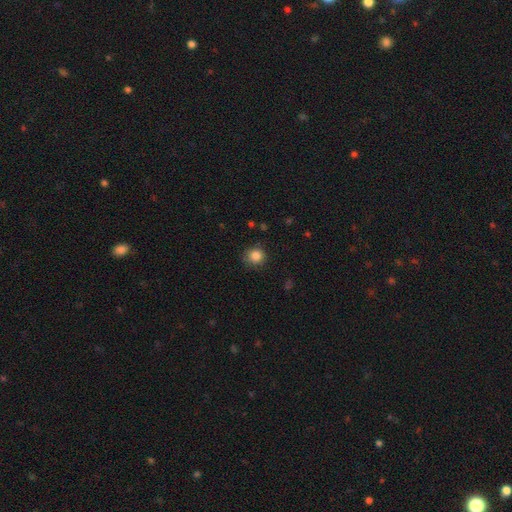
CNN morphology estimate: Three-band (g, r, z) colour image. It shows a smooth galaxy with no disk features (85%) that is round (90%). Merging: none (82%).